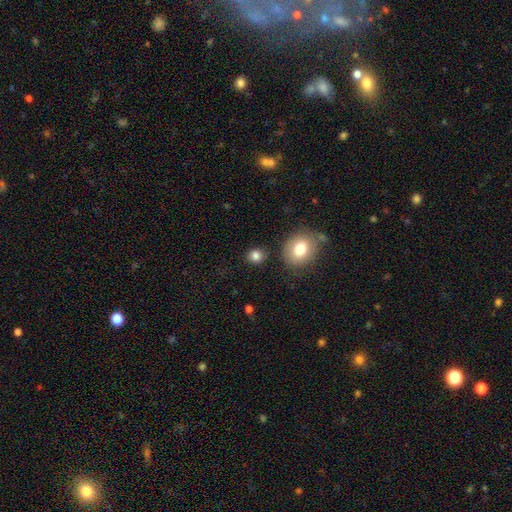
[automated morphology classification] Smooth or featured? smooth (83%)
How rounded? round (82%)
Merging? none (84%)